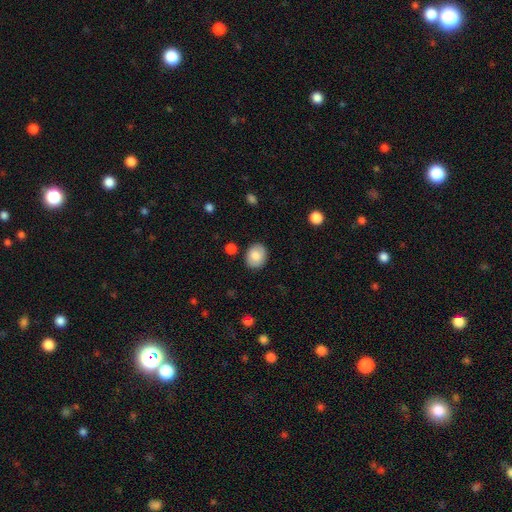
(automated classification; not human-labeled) Overall: smooth (79%). How rounded: round (53%; in between 46%). Merging: none (86%).